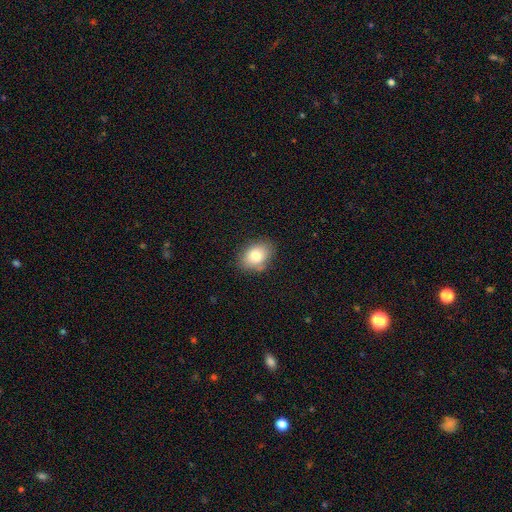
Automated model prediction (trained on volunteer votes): A smooth galaxy with no disk features (80%) that is in between round and cigar-shaped (75%). Merging: none (79%).